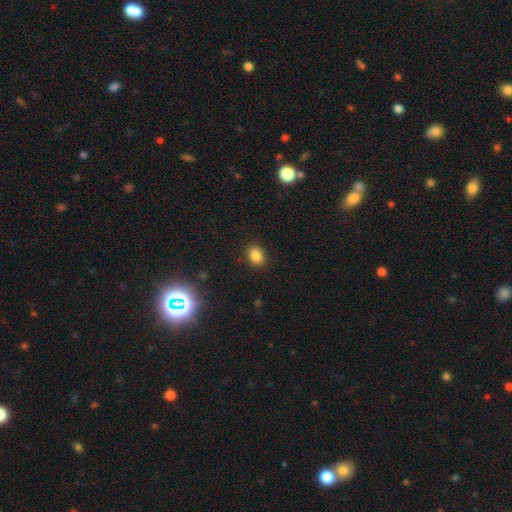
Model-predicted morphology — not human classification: A smooth galaxy with no disk features (83%) that is in between round and cigar-shaped (54%).

Vote fractions:
- Smooth or featured? smooth: 83% / star or artifact: 12% / featured or disk: 5%
- How rounded? in between: 54% / round: 45% / cigar-shaped: 1%
- Merging? none: 89% / minor disturbance: 8% / major disturbance: 2% / merger: 1%